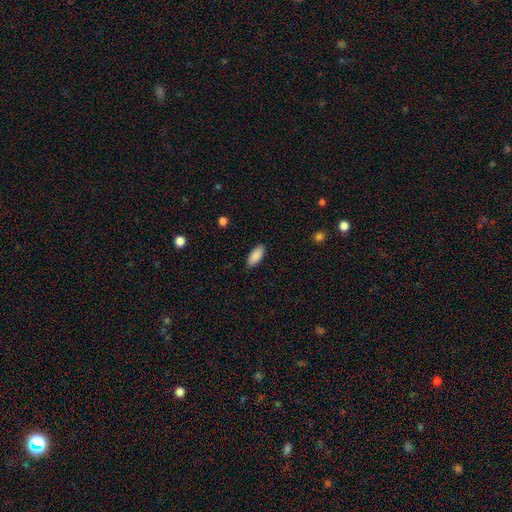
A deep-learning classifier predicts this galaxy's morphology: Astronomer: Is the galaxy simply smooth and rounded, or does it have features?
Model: smooth — 89%.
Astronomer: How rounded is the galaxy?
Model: in between — 89%.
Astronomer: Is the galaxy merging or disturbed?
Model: none — 88%.